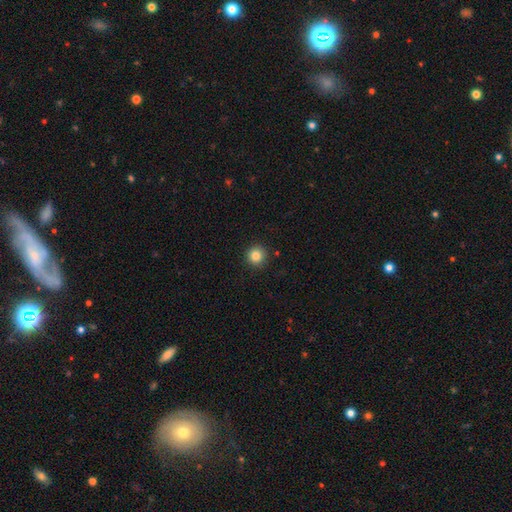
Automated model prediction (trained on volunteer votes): Smooth or featured? Predicted: smooth (p=0.85). How rounded? Predicted: round (p=0.95). Merging? Predicted: none (p=0.92).